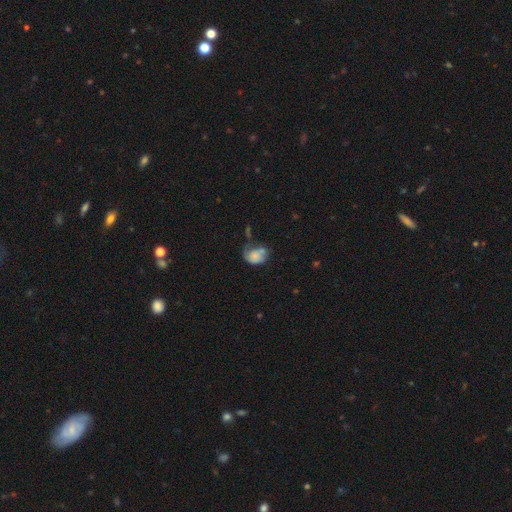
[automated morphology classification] Smooth or featured?
  - smooth: 62% *
  - featured or disk: 28%
  - star or artifact: 9%
How rounded?
  - in between: 64% *
  - round: 35%
  - cigar-shaped: 1%
Merging?
  - major disturbance: 29% *
  - none: 27%
  - minor disturbance: 27%
  - merger: 17%